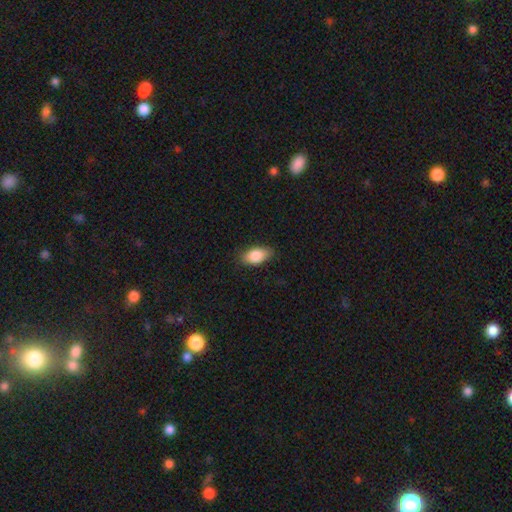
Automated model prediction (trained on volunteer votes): smooth 84%, featured or disk 9%, star or artifact 7%. Down the decision tree: how rounded — in between (91%); merging — none (82%).